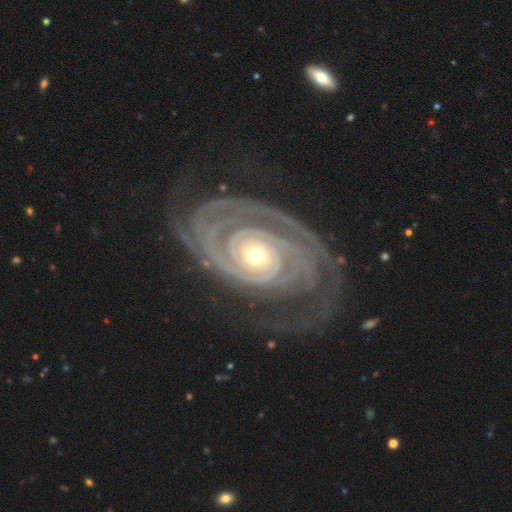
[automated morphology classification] Smooth or featured? Predicted: featured or disk (p=0.92). Edge-on disk? Predicted: no (p=0.96). Bar? Predicted: no (p=0.74). Spiral arms? Predicted: yes (p=0.98). Spiral winding? Predicted: tight (p=0.84). Spiral arm count? Predicted: 2 (p=0.41). Bulge size? Predicted: moderate (p=0.60). Merging? Predicted: none (p=0.72).